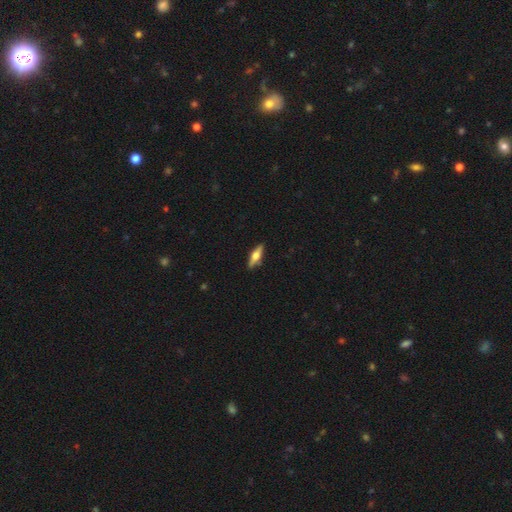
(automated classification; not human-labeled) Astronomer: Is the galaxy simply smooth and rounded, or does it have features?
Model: featured or disk — 57% (runner-up: smooth, 38%).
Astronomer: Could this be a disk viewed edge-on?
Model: yes — 95%.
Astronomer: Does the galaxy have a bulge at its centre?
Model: rounded — 93%.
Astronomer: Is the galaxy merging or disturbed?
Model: none — 89%.